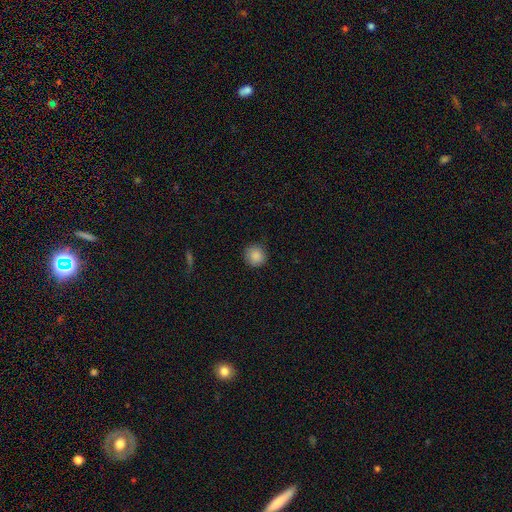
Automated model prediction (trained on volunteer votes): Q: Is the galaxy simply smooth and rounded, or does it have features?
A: smooth — 87%.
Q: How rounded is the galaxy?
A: round — 93%.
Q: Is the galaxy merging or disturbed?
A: none — 86%.